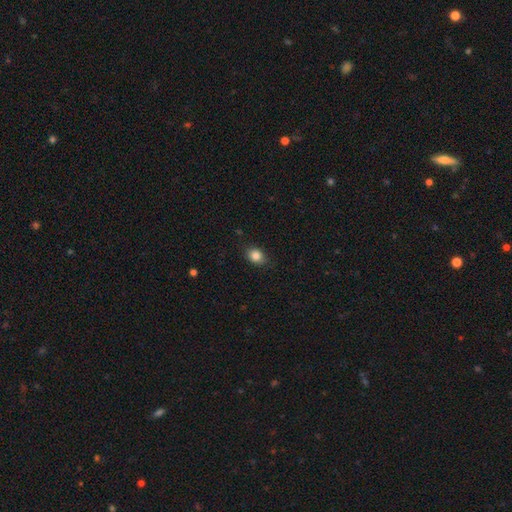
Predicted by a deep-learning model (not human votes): A smooth galaxy with no disk features (85%) that is round (50%). Merging: none (84%).